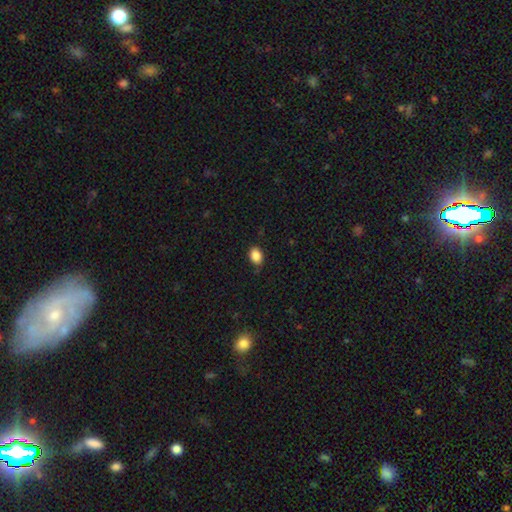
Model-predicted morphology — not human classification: Q: Smooth or featured?
A: smooth (87%); runner-up: star or artifact (9%)
Q: How rounded?
A: in between (74%); runner-up: round (25%)
Q: Merging?
A: none (82%); runner-up: minor disturbance (14%)